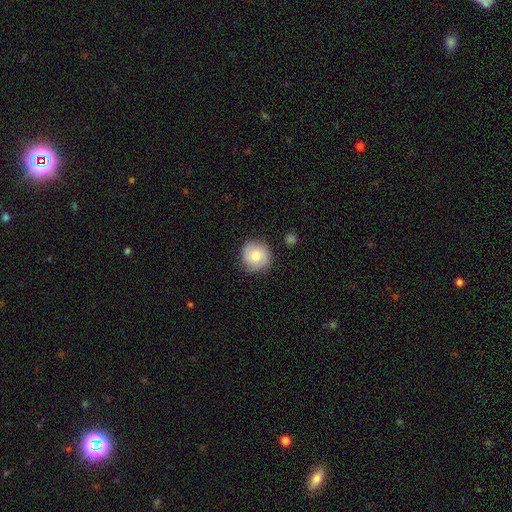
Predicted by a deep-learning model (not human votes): smooth-or-featured: smooth: 73% | featured or disk: 19% | star or artifact: 8%
  how-rounded: round: 91% | in between: 8% | cigar-shaped: 1%
  merging: none: 80% | minor disturbance: 14% | major disturbance: 3% | merger: 2%